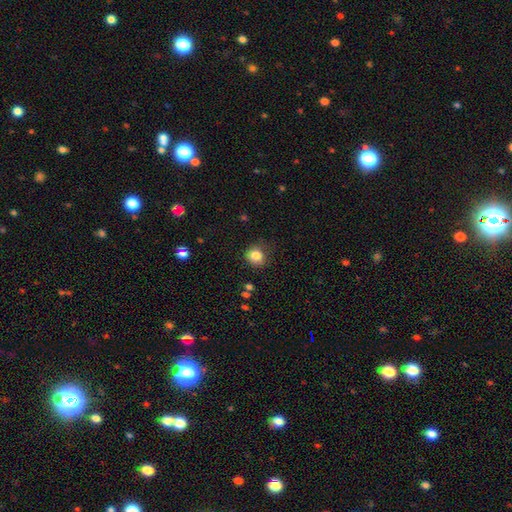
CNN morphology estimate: smooth 83%, star or artifact 11%, featured or disk 6%. Down the decision tree: how rounded — round (76%); merging — none (72%).